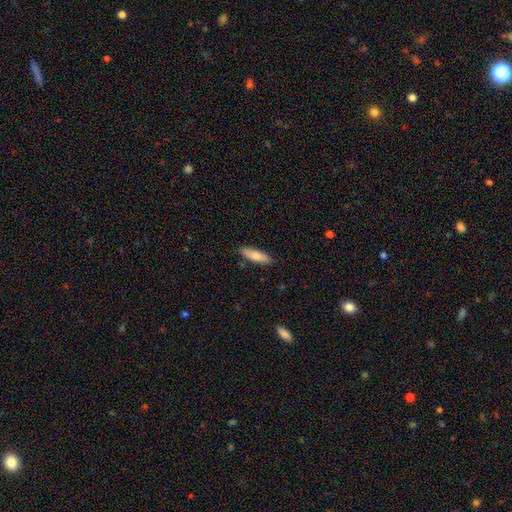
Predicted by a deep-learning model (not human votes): smooth 81%, featured or disk 13%, star or artifact 6%. Down the decision tree: how rounded — cigar-shaped (52%); merging — none (87%).